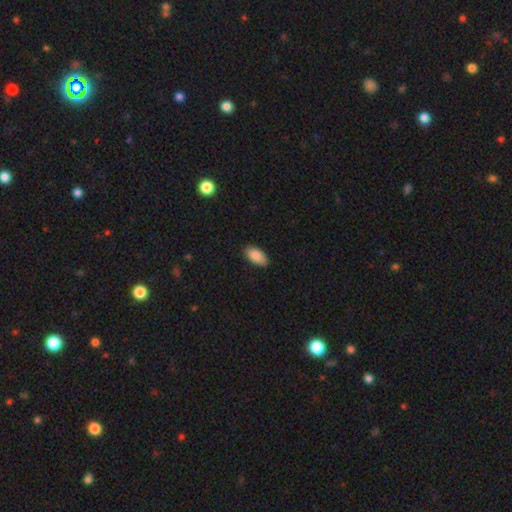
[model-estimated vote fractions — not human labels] Morphology: type=smooth (88%); roundness=in between (94%); merging=none (85%).